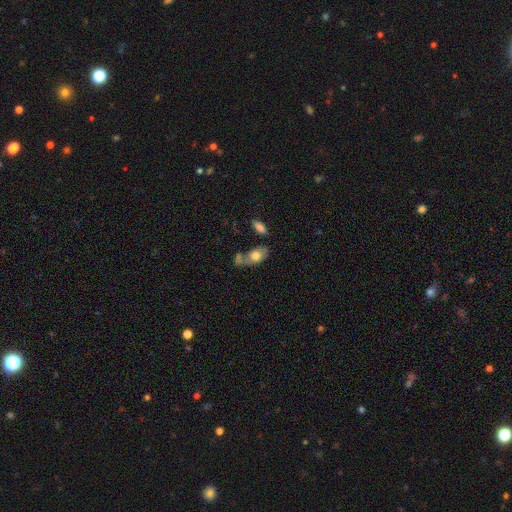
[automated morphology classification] Smooth or featured? Predicted: smooth (p=0.67). How rounded? Predicted: in between (p=0.86). Merging? Predicted: none (p=0.41).